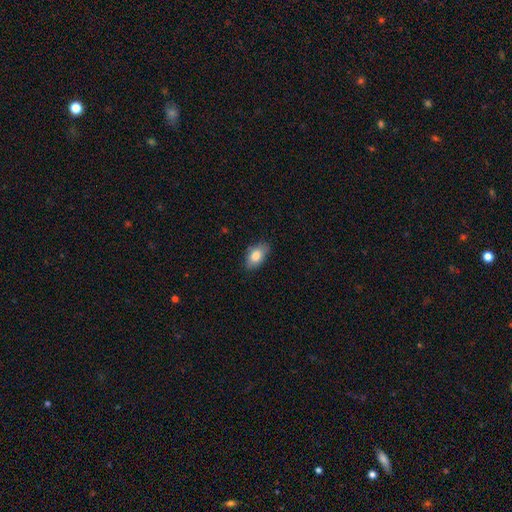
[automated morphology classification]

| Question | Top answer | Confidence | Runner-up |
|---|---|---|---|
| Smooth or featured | smooth | 82% | featured or disk (11%) |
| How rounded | in between | 90% | round (8%) |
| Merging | none | 78% | minor disturbance (18%) |